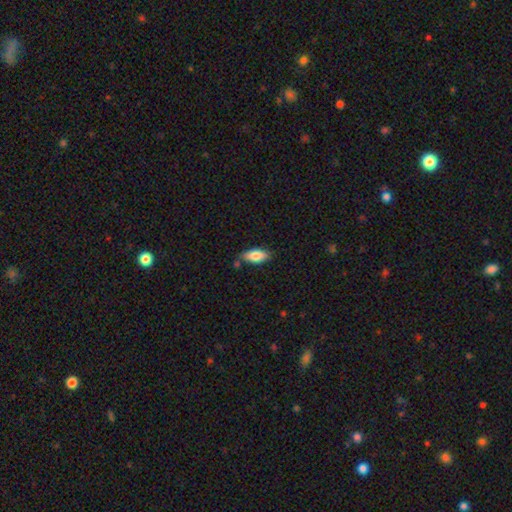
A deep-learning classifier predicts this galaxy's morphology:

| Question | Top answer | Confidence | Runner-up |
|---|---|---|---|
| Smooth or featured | smooth | 79% | featured or disk (14%) |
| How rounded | in between | 85% | cigar-shaped (13%) |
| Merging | none | 75% | minor disturbance (17%) |